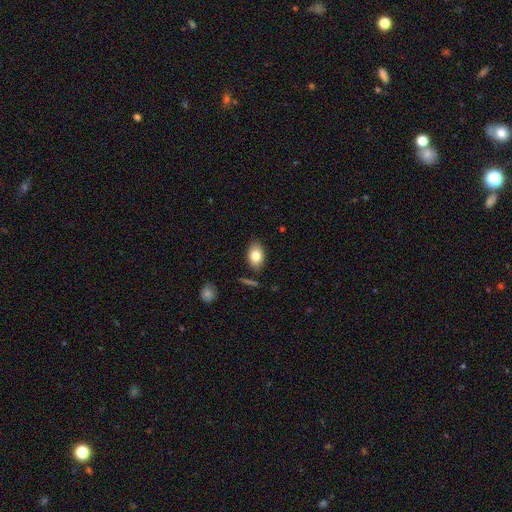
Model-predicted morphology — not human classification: The model was most divided on "smooth or featured": smooth: 81%, featured or disk: 12%, star or artifact: 8%. More confident: how rounded — in between (86%); merging — none (84%).